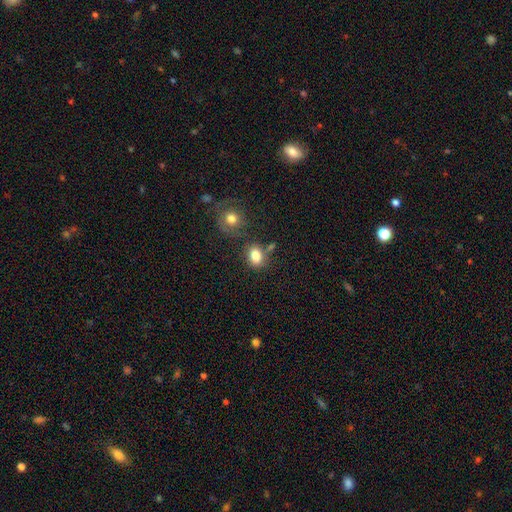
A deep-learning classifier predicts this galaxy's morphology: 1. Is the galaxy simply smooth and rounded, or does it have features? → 81% smooth, 10% star or artifact, 9% featured or disk.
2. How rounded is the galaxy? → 60% in between, 39% round, 1% cigar-shaped.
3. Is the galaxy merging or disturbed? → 65% none, 16% minor disturbance, 15% merger, 5% major disturbance.